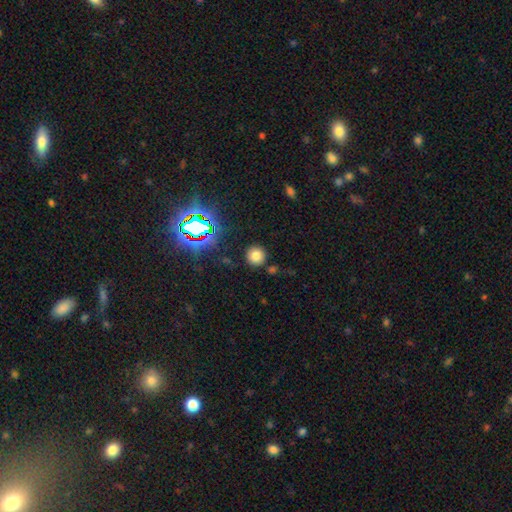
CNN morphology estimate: Q: Smooth or featured?
A: smooth (74%); runner-up: star or artifact (19%)
Q: How rounded?
A: round (94%); runner-up: in between (5%)
Q: Merging?
A: none (87%); runner-up: minor disturbance (7%)